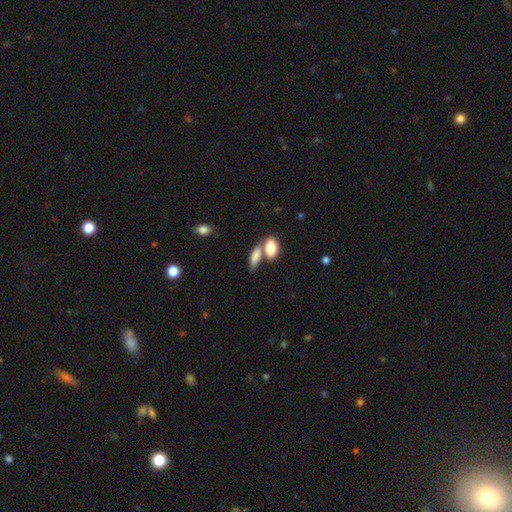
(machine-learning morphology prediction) A smooth galaxy with no disk features (82%) that is in between round and cigar-shaped (81%). Merging: merger (47%).